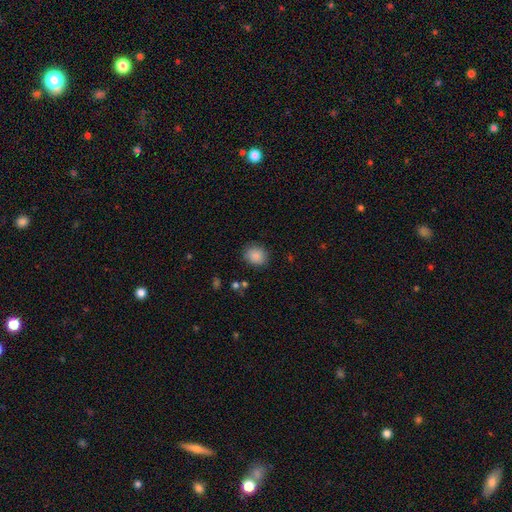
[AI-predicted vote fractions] A smooth galaxy with no disk features (87%) that is round (69%). Merging: none (87%).